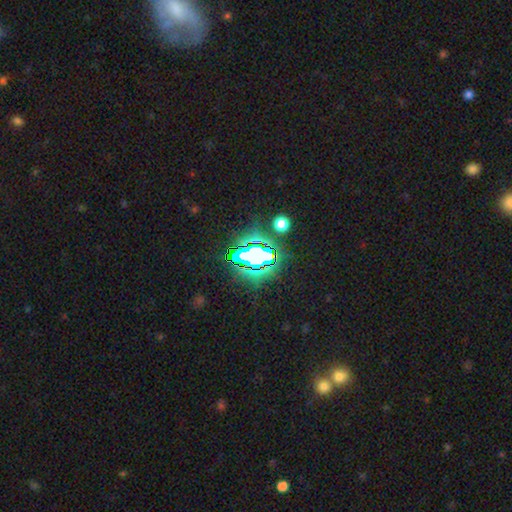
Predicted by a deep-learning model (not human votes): A star or artifact, not a galaxy (70%).